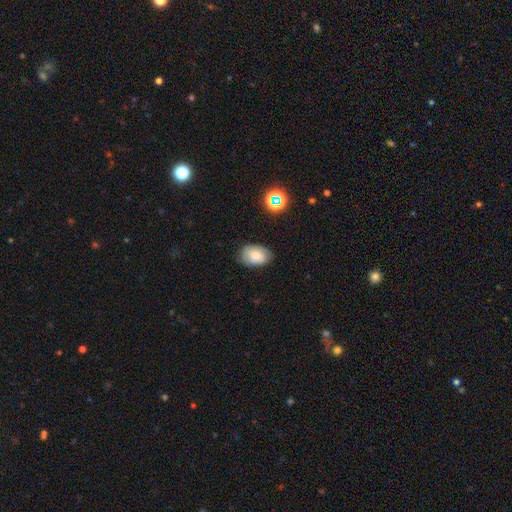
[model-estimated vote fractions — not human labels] Smooth or featured?
  - smooth: 72% *
  - featured or disk: 18%
  - star or artifact: 10%
How rounded?
  - in between: 87% *
  - round: 12%
  - cigar-shaped: 1%
Merging?
  - none: 78% *
  - minor disturbance: 17%
  - major disturbance: 4%
  - merger: 1%